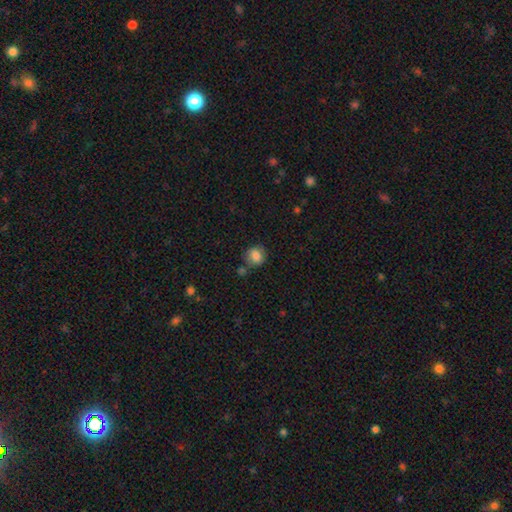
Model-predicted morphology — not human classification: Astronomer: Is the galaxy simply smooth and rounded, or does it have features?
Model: smooth — 84%.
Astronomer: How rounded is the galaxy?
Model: round — 80%.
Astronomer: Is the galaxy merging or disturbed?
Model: none — 72%.